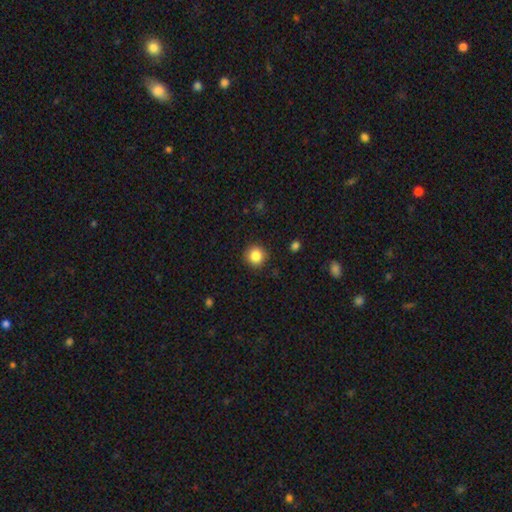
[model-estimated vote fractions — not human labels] This is clearly a smooth galaxy (85%). How rounded: clearly round (92%). Merging: clearly none (90%).